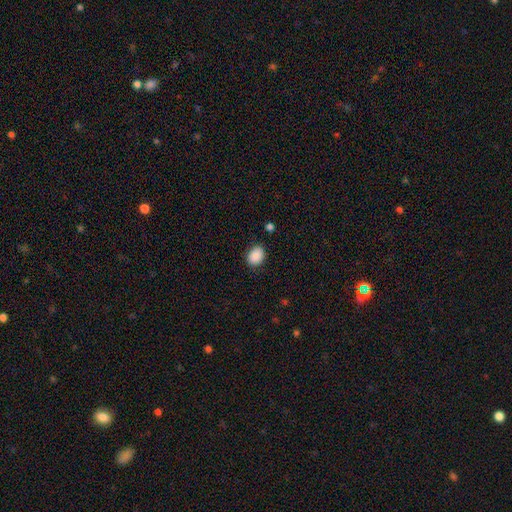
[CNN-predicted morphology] smooth 88%, star or artifact 8%, featured or disk 3%. Down the decision tree: how rounded — round (52%); merging — none (85%).